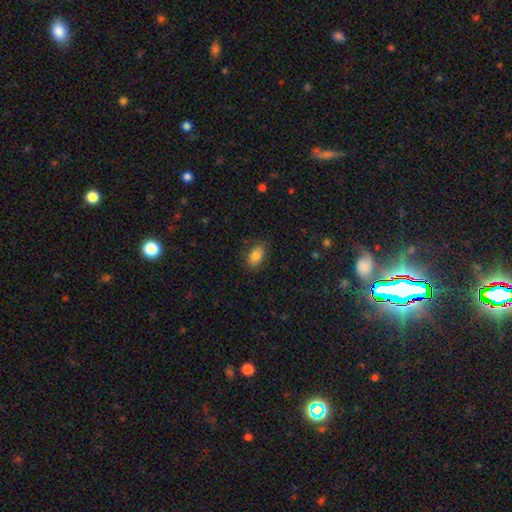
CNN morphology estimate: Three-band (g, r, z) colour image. It shows a smooth galaxy with no disk features (81%) that is in between round and cigar-shaped (88%). Merging: none (79%).